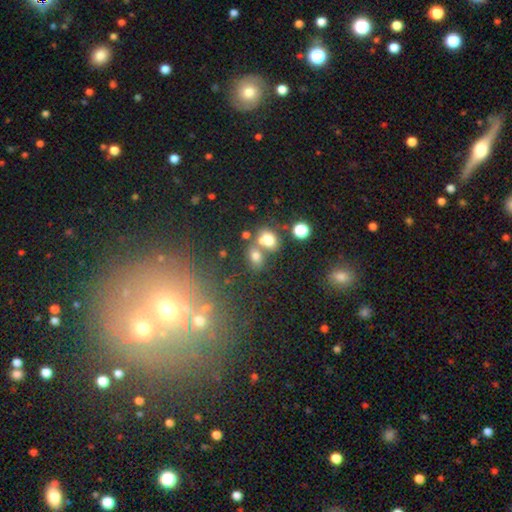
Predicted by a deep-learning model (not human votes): Smooth or featured? smooth (71%)
How rounded? in between (68%)
Merging? merger (48%)